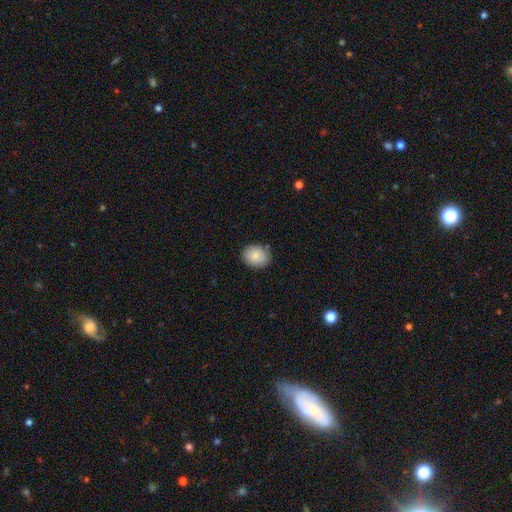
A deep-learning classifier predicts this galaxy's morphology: type=smooth (87%); roundness=in between (50%); merging=none (85%).